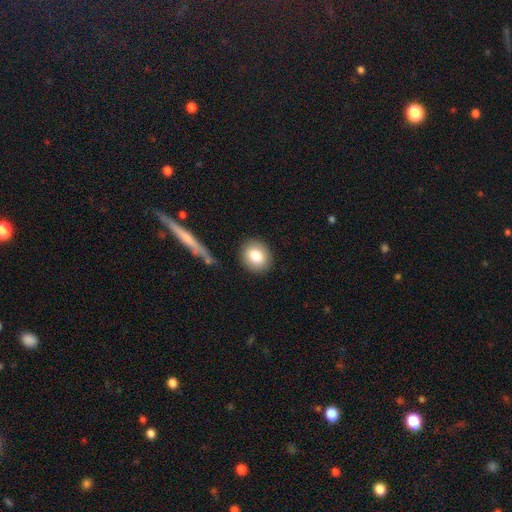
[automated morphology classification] Overall: smooth (80%). How rounded: round (78%). Merging: none (87%).